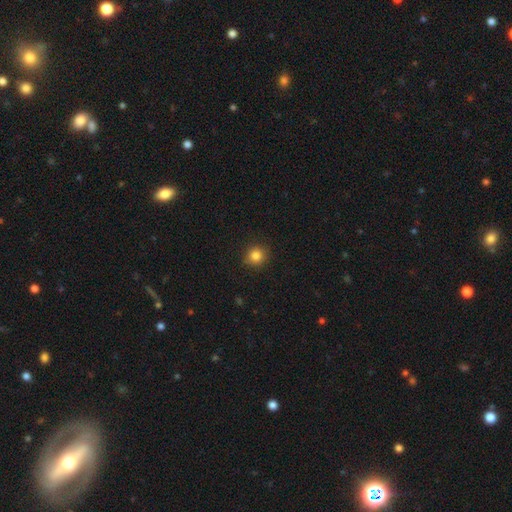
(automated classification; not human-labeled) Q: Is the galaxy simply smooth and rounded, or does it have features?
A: smooth — 84%.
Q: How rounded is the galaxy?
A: round — 90%.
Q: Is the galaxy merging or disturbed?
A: none — 90%.